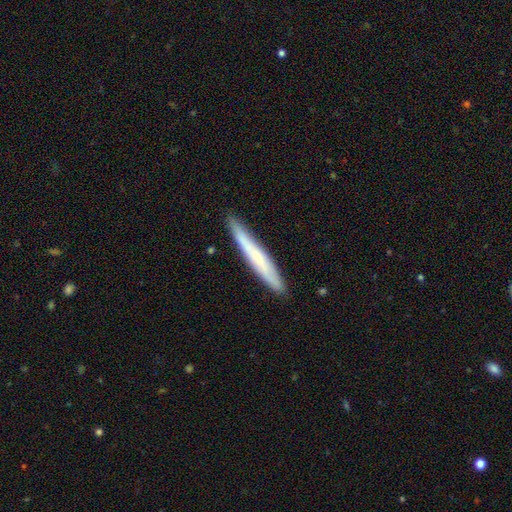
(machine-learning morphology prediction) This appears to be a smooth galaxy with no disk features (52%) that is cigar-shaped (95%). Merging: none (88%).